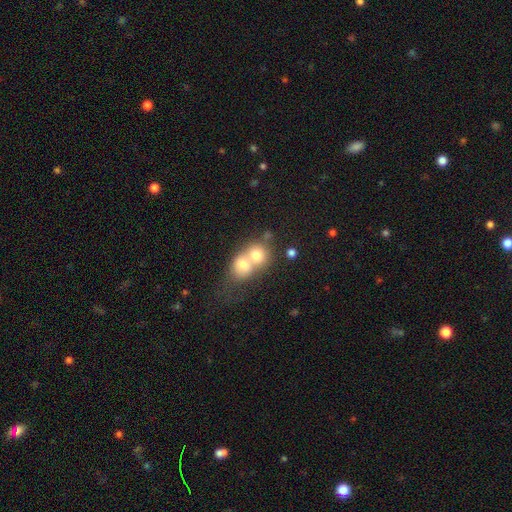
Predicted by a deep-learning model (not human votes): smooth-or-featured: smooth: 63% | featured or disk: 25% | star or artifact: 12%
  how-rounded: round: 66% | in between: 32% | cigar-shaped: 2%
  merging: merger: 75% | none: 17% | minor disturbance: 4% | major disturbance: 3%